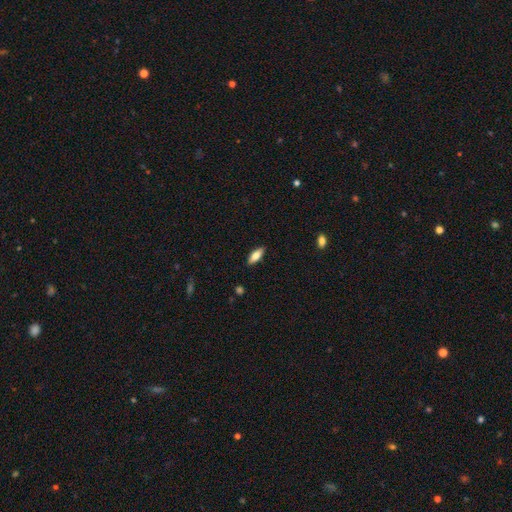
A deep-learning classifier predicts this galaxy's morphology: A smooth galaxy with no disk features (74%) that is in between round and cigar-shaped (74%). Merging: none (89%).